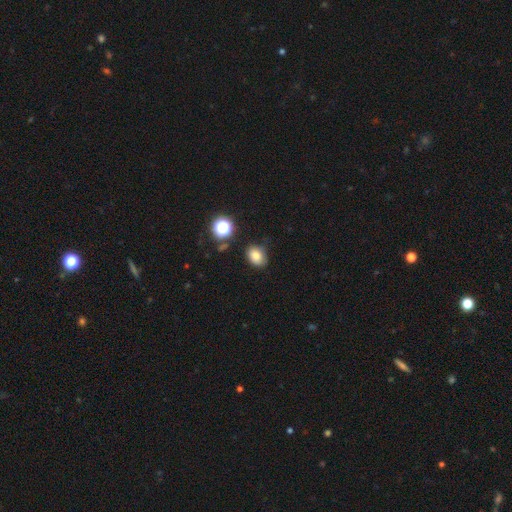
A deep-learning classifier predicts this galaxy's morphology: This is likely a smooth galaxy (79%). How rounded: likely in between (63%). Merging: likely none (74%).